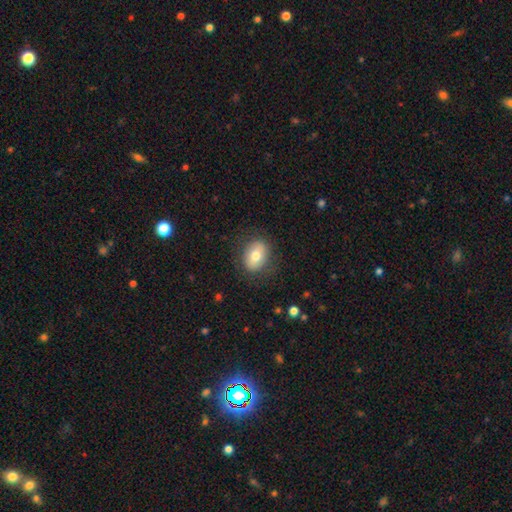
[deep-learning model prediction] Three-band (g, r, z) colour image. It shows a smooth galaxy with no disk features (71%) that is in between round and cigar-shaped (66%). Merging: none (82%).